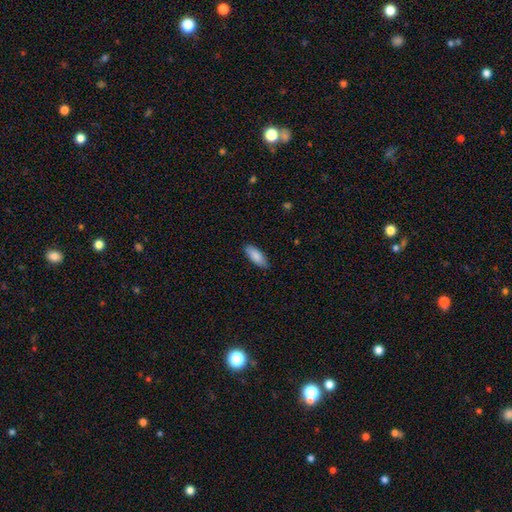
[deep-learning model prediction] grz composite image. It shows a smooth galaxy with no disk features (87%) that is in between round and cigar-shaped (74%). Merging: none (85%).